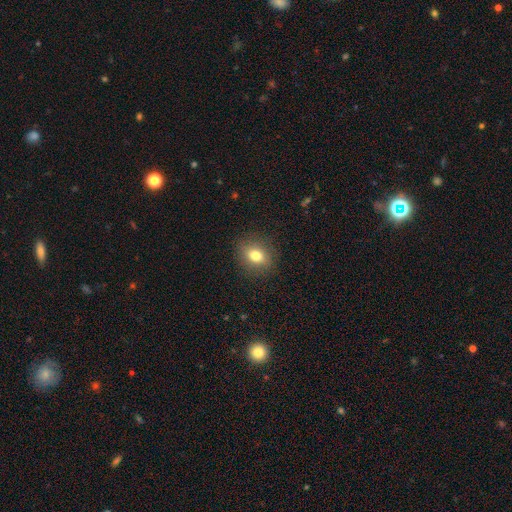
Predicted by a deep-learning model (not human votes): This is likely a smooth galaxy (79%). How rounded: possibly round (53%). Merging: clearly none (88%).